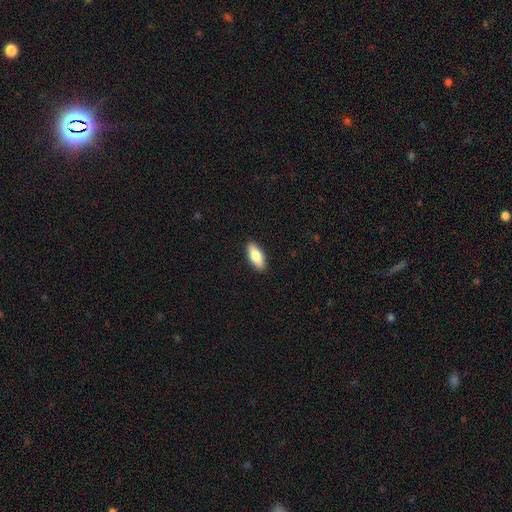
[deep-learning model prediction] Smooth or featured: smooth — 78% (featured or disk — 16%)
How rounded: in between — 73% (cigar-shaped — 25%)
Merging: none — 90% (minor disturbance — 7%)